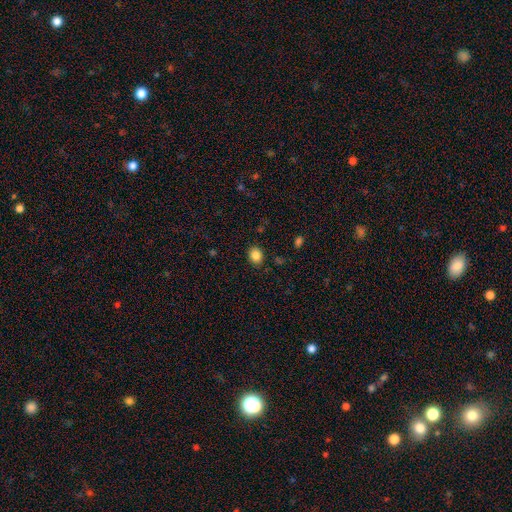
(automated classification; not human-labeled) Q: Smooth or featured?
A: smooth (85%); runner-up: star or artifact (10%)
Q: How rounded?
A: round (58%); runner-up: in between (41%)
Q: Merging?
A: none (88%); runner-up: minor disturbance (8%)